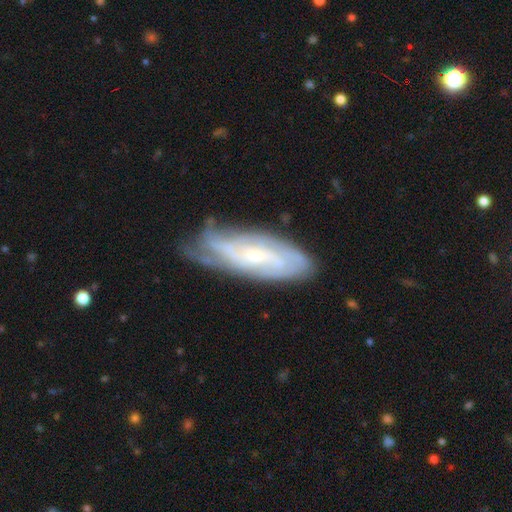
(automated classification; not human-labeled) Morphology: type=featured or disk (77%); edge-on=no (85%); bar=no (56%); spiral arms=yes (91%); winding=tight (58%); arm count=can't tell (49%); bulge=small (62%); merging=none (66%).